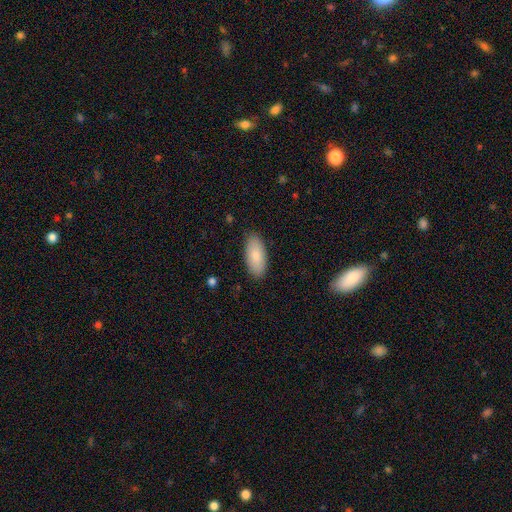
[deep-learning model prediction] Smooth or featured? Predicted: smooth (p=0.84). How rounded? Predicted: in between (p=0.91). Merging? Predicted: none (p=0.87).